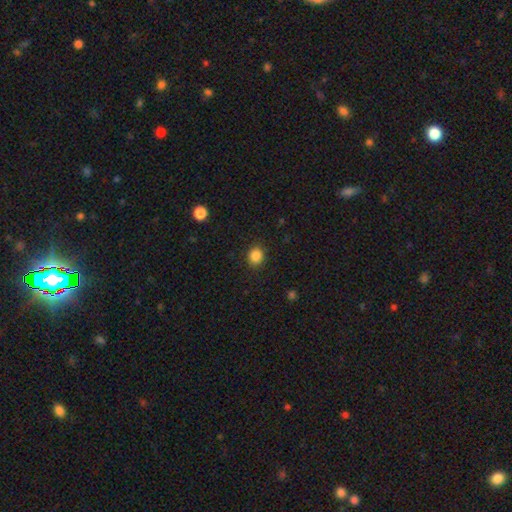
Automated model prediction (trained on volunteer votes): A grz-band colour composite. It shows a smooth galaxy with no disk features (86%) that is round (78%). Merging: none (89%).